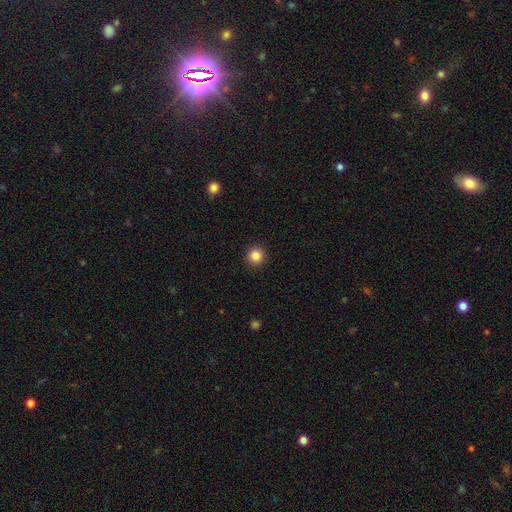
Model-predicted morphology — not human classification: This is clearly a smooth galaxy (86%). How rounded: clearly round (95%). Merging: clearly none (92%).